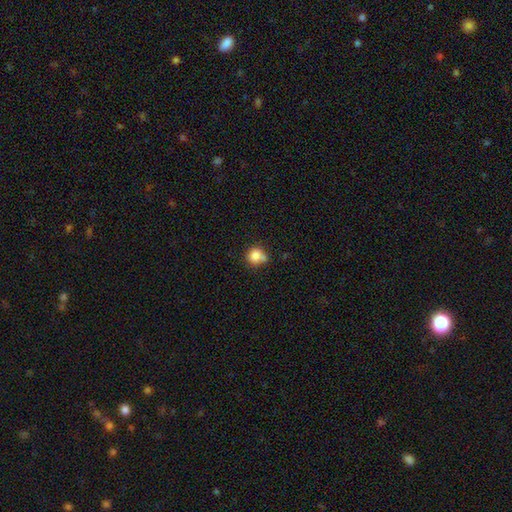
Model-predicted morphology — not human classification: smooth 81%, star or artifact 11%, featured or disk 8%. Down the decision tree: how rounded — round (82%); merging — none (50%).